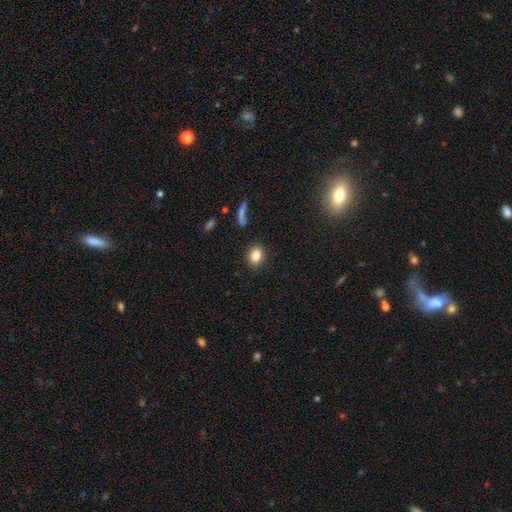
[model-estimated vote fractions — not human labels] Smooth or featured?
  - smooth: 84% *
  - star or artifact: 10%
  - featured or disk: 7%
How rounded?
  - in between: 52% *
  - round: 46%
  - cigar-shaped: 2%
Merging?
  - none: 88% *
  - minor disturbance: 8%
  - major disturbance: 2%
  - merger: 2%